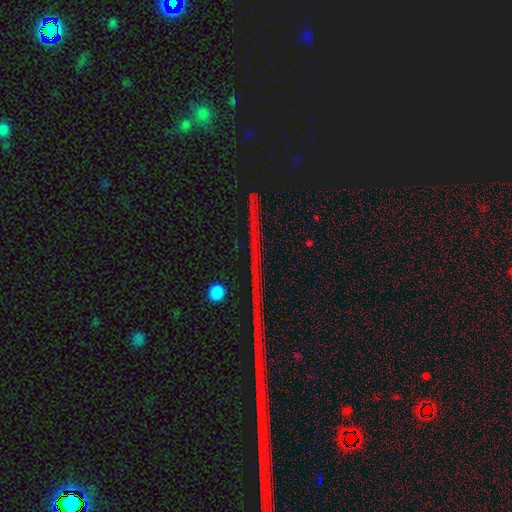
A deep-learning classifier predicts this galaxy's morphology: Overall: star or artifact (85%).